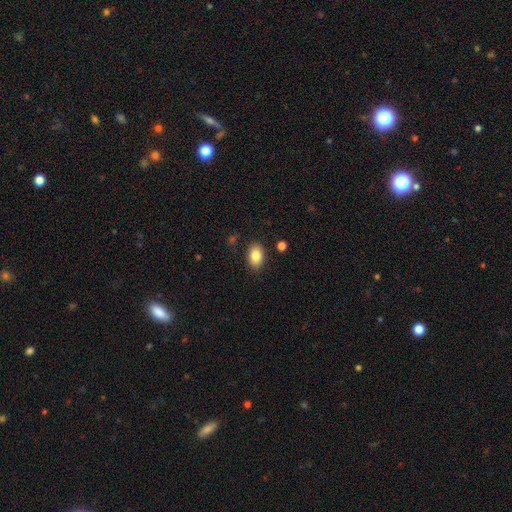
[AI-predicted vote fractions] Smooth or featured: smooth — 84% (featured or disk — 8%)
How rounded: in between — 88% (round — 10%)
Merging: none — 86% (minor disturbance — 9%)